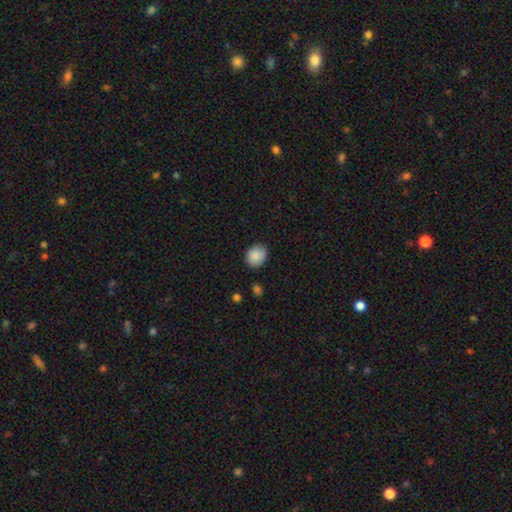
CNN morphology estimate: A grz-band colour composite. It shows a smooth galaxy with no disk features (88%) that is round (67%). Merging: none (84%).